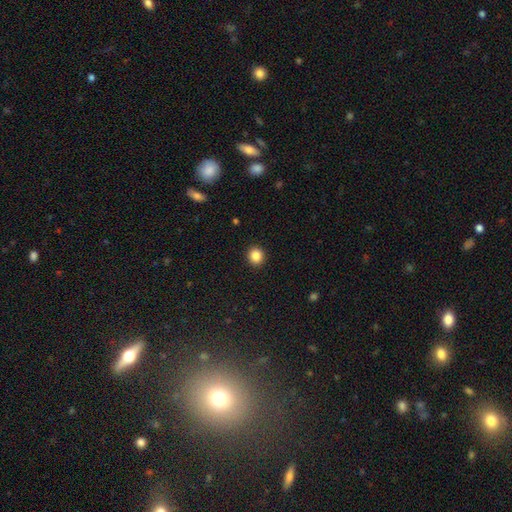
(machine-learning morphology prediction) Smooth or featured? Predicted: smooth (p=0.86). How rounded? Predicted: round (p=0.87). Merging? Predicted: none (p=0.92).